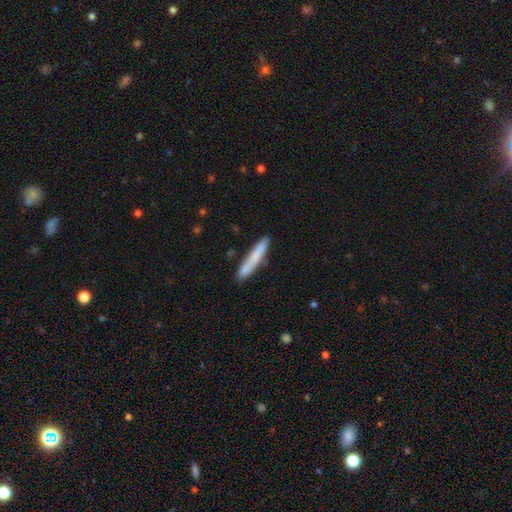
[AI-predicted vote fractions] The model was most divided on "smooth or featured": smooth: 76%, featured or disk: 18%, star or artifact: 6%. More confident: how rounded — cigar-shaped (93%); merging — none (81%).